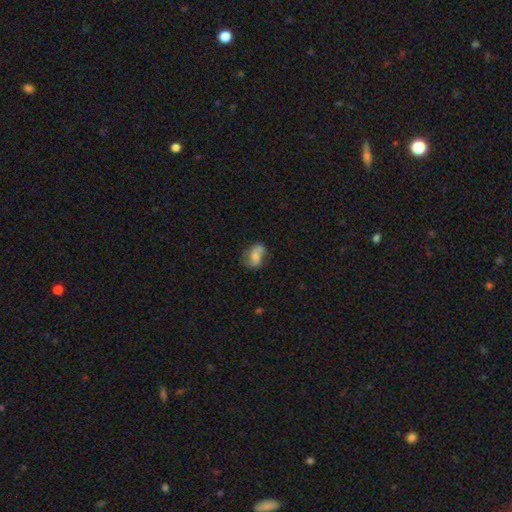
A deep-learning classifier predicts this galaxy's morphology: smooth-or-featured: featured or disk: 48% | smooth: 43% | star or artifact: 9%
  merging: none: 57% | minor disturbance: 24% | major disturbance: 10% | merger: 8%